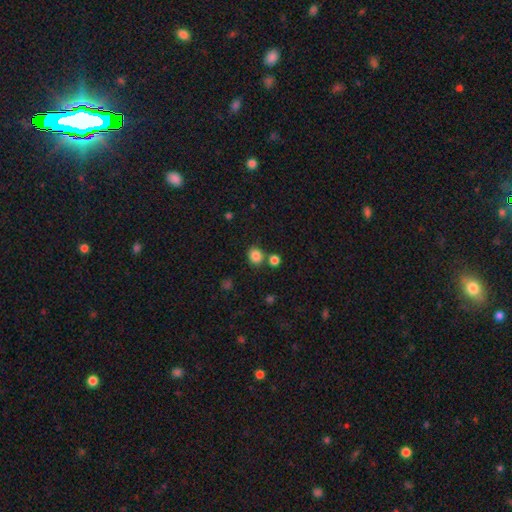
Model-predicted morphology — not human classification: This is clearly a smooth galaxy (84%). How rounded: likely round (77%). Merging: likely none (72%).